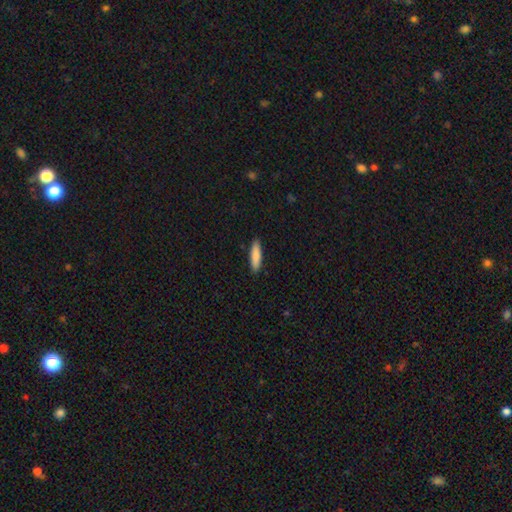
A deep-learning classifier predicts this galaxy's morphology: Smooth or featured? smooth (86%)
How rounded? cigar-shaped (71%)
Merging? none (90%)